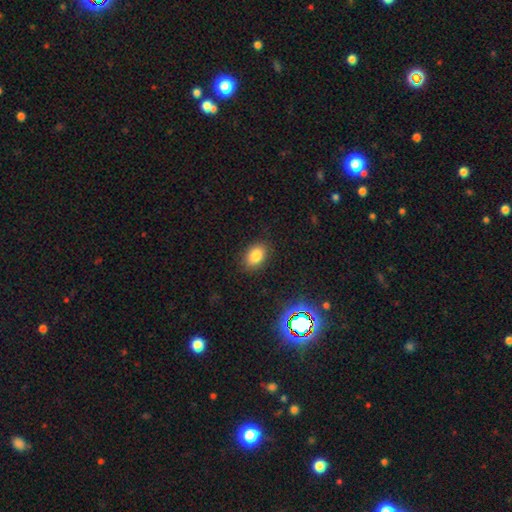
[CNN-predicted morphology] Q: Smooth or featured?
A: smooth (82%); runner-up: star or artifact (11%)
Q: How rounded?
A: in between (83%); runner-up: round (16%)
Q: Merging?
A: none (86%); runner-up: minor disturbance (10%)